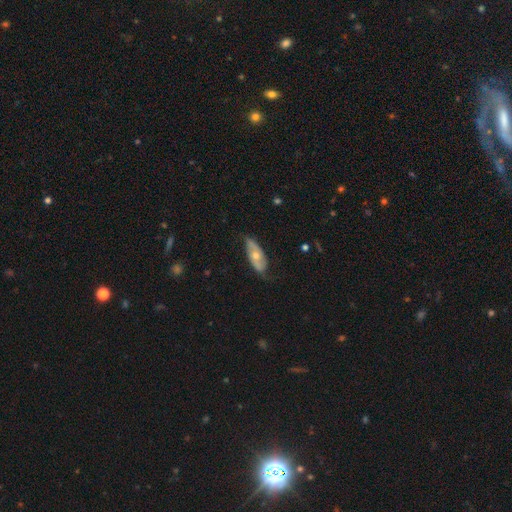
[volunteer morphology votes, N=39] Smooth or featured? featured or disk (51%)
Edge-on disk? no (70%)
Bar? no (93%)
Spiral arms? yes (64%)
Spiral winding? loose (44%)
Spiral arm count? 2 (67%)
Bulge size? moderate (57%)
Merging? none (46%)